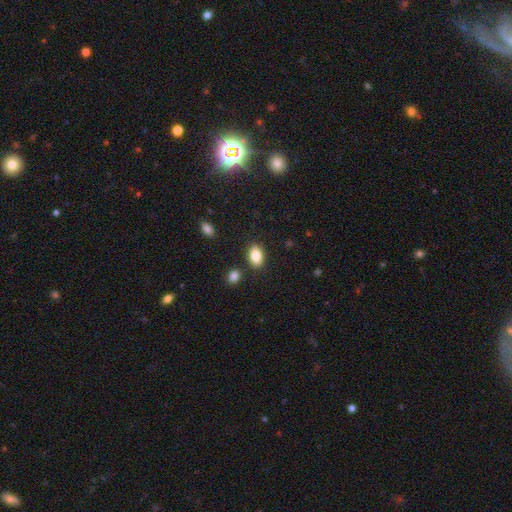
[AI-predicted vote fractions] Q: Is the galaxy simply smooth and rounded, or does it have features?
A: smooth — 85%.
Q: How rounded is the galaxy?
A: in between — 89%.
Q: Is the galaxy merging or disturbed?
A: none — 83%.